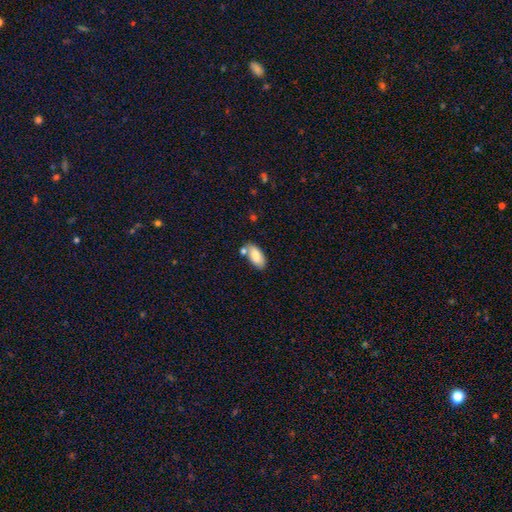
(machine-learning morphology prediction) Smooth or featured: smooth — 81% (featured or disk — 12%)
How rounded: in between — 91% (cigar-shaped — 6%)
Merging: none — 62% (merger — 18%)